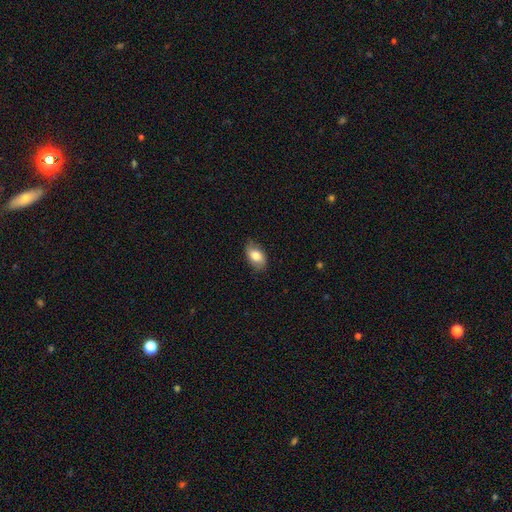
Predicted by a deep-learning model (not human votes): Morphology: type=smooth (79%); roundness=in between (90%); merging=none (79%).